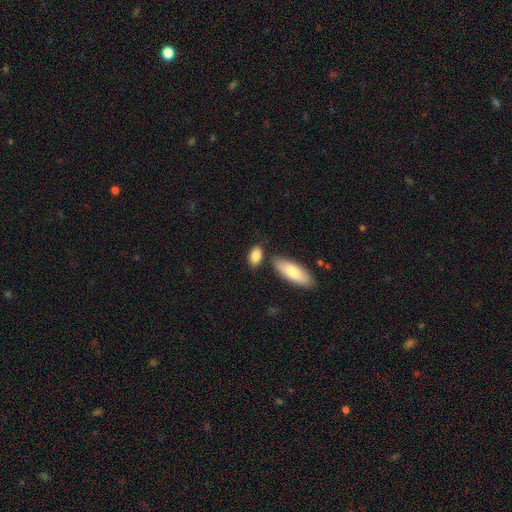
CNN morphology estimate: Smooth or featured: smooth — 86% (featured or disk — 8%)
How rounded: in between — 87% (cigar-shaped — 7%)
Merging: none — 70% (minor disturbance — 15%)